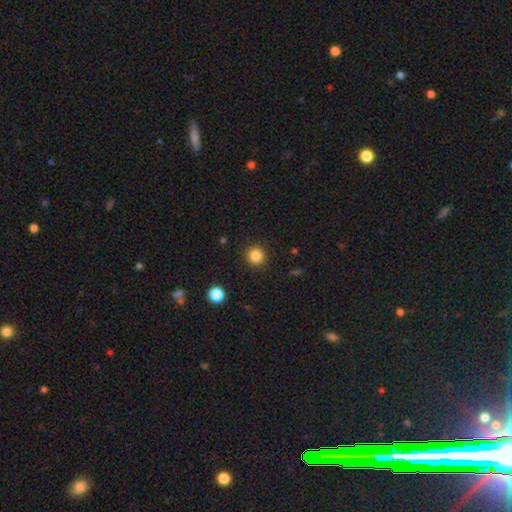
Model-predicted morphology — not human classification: smooth 84%, star or artifact 11%, featured or disk 5%. Down the decision tree: how rounded — round (94%); merging — none (91%).